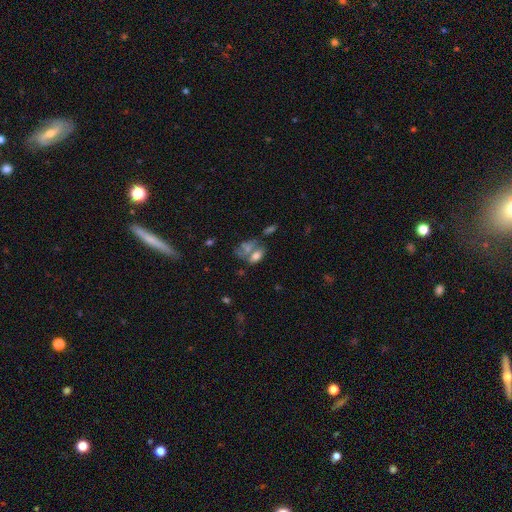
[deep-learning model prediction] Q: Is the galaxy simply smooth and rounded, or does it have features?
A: smooth — 66%.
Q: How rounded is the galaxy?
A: in between — 85%.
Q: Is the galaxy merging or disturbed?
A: merger — 40%.